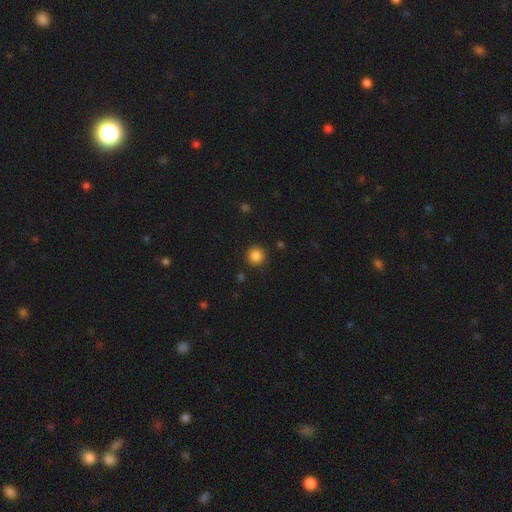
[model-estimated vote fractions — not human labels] smooth-or-featured: smooth: 86% | star or artifact: 11% | featured or disk: 3%
  how-rounded: round: 95% | in between: 5% | cigar-shaped: 1%
  merging: none: 91% | minor disturbance: 6% | major disturbance: 2% | merger: 1%